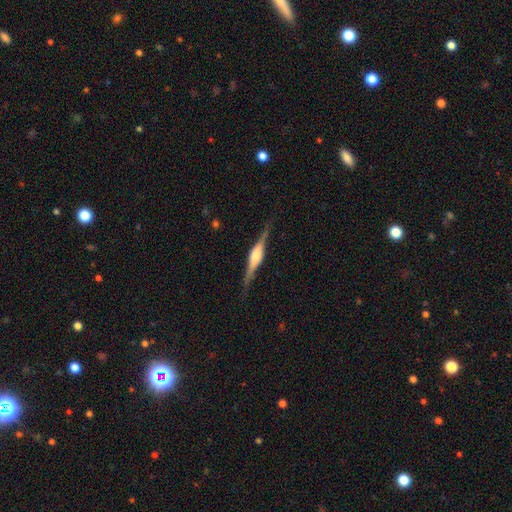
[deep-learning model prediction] Smooth or featured? featured or disk (81%)
Edge-on disk? yes (97%)
Edge-on bulge? rounded (75%)
Merging? none (86%)